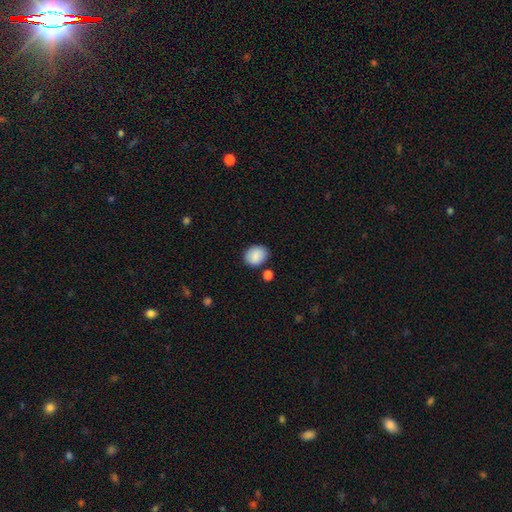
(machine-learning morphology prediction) This is clearly a smooth galaxy (88%). How rounded: possibly in between (51%). Merging: clearly none (81%).